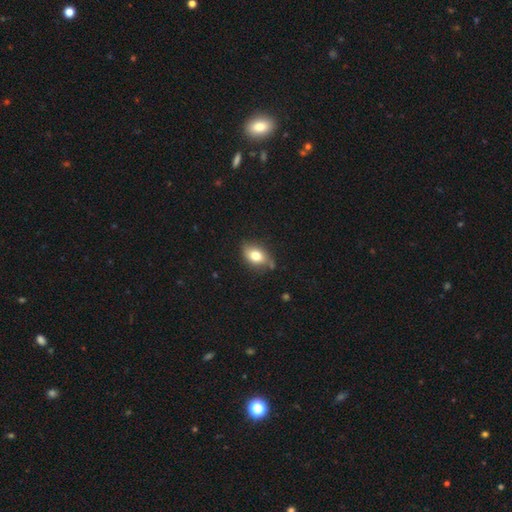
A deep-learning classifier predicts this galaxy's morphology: smooth_or_featured: smooth (p=0.76) [alt: featured or disk p=0.16]
how_rounded: in between (p=0.83) [alt: round p=0.14]
merging: none (p=0.69) [alt: minor disturbance p=0.23]